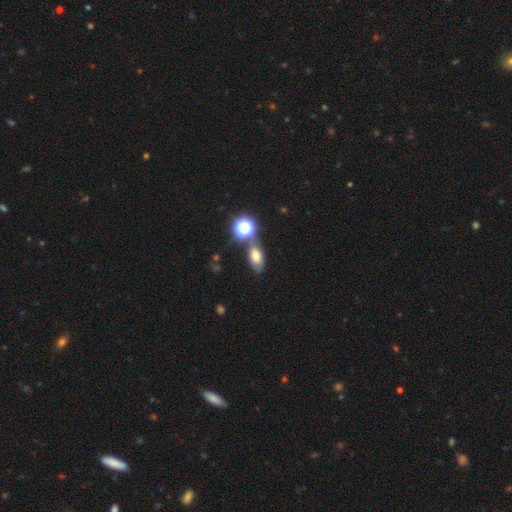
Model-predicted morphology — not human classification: smooth_or_featured: smooth (p=0.69) [alt: star or artifact p=0.17]
how_rounded: in between (p=0.82) [alt: round p=0.14]
merging: none (p=0.61) [alt: merger p=0.18]